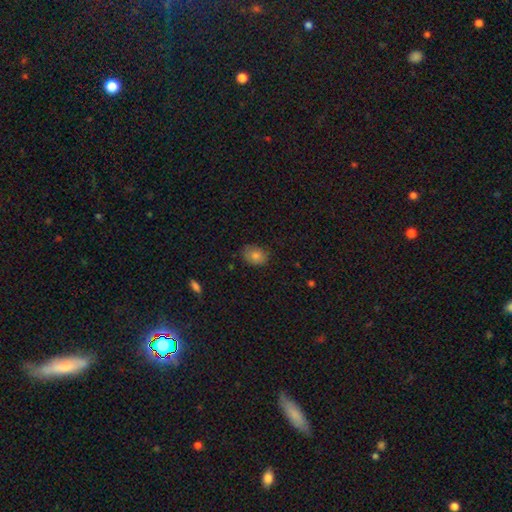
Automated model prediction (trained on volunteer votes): This appears to be a smooth galaxy with no disk features (78%) that is in between round and cigar-shaped (64%). Merging: none (76%).